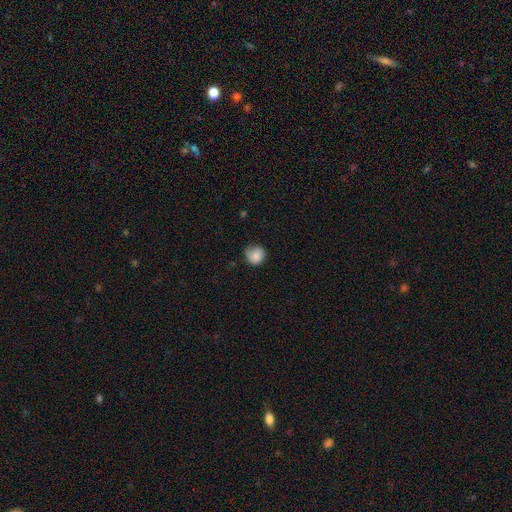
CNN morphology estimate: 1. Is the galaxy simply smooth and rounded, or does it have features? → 82% smooth, 10% featured or disk, 8% star or artifact.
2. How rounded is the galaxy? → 85% round, 14% in between, 1% cigar-shaped.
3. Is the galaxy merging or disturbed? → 62% none, 27% minor disturbance, 9% major disturbance, 1% merger.